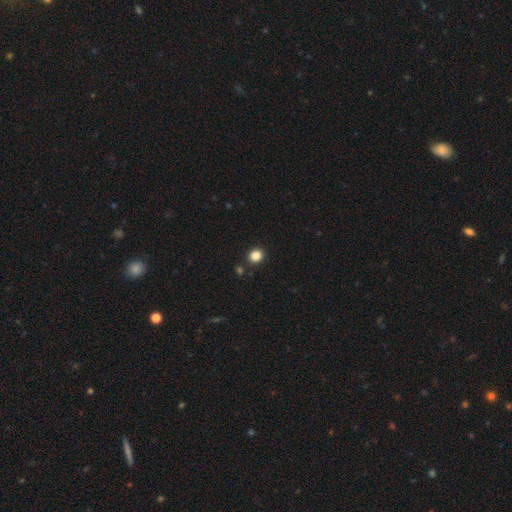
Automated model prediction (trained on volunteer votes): Smooth or featured?
  - smooth: 84% *
  - star or artifact: 12%
  - featured or disk: 4%
How rounded?
  - round: 83% *
  - in between: 16%
  - cigar-shaped: 1%
Merging?
  - none: 89% *
  - minor disturbance: 6%
  - merger: 3%
  - major disturbance: 2%